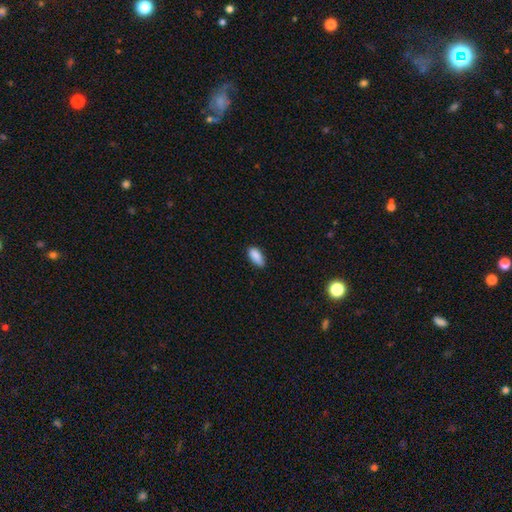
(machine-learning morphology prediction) Smooth or featured?
  - smooth: 88% *
  - star or artifact: 7%
  - featured or disk: 5%
How rounded?
  - in between: 86% *
  - cigar-shaped: 11%
  - round: 2%
Merging?
  - none: 75% *
  - minor disturbance: 21%
  - major disturbance: 3%
  - merger: 1%